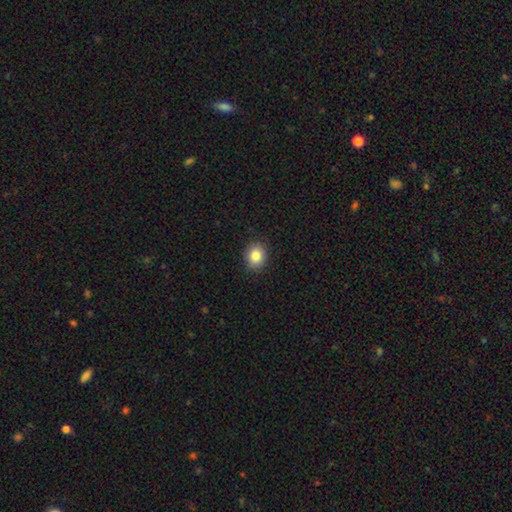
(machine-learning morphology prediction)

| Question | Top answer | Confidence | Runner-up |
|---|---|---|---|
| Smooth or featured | smooth | 84% | star or artifact (10%) |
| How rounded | round | 62% | in between (37%) |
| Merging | none | 90% | minor disturbance (7%) |